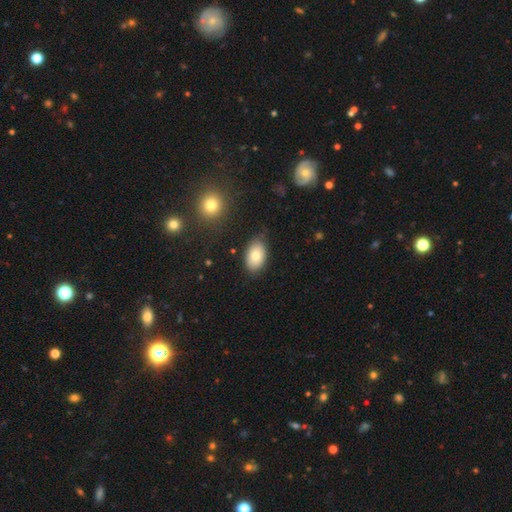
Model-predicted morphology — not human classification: smooth_or_featured: smooth (p=0.79) [alt: featured or disk p=0.13]
how_rounded: in between (p=0.90) [alt: round p=0.09]
merging: none (p=0.79) [alt: minor disturbance p=0.15]